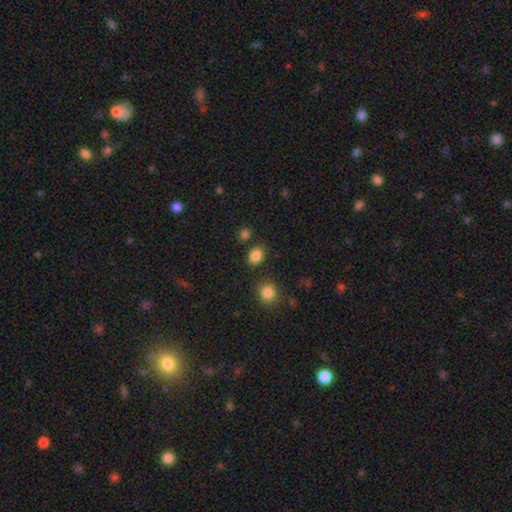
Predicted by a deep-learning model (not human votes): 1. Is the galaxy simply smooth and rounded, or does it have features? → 85% smooth, 11% star or artifact, 4% featured or disk.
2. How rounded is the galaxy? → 68% in between, 31% round, 1% cigar-shaped.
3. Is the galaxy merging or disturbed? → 82% none, 10% minor disturbance, 5% merger, 3% major disturbance.